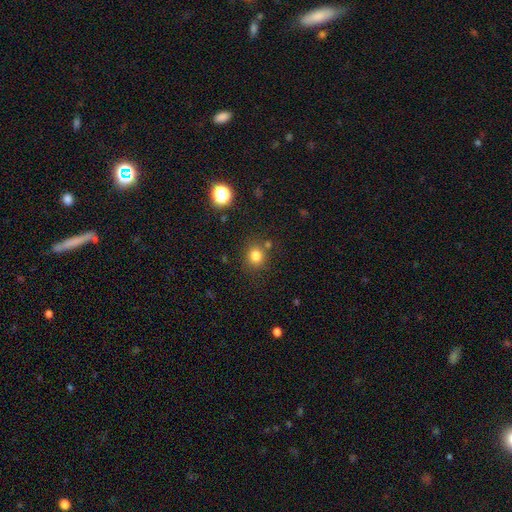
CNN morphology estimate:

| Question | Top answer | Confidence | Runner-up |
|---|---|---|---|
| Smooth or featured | smooth | 80% | star or artifact (14%) |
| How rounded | round | 80% | in between (19%) |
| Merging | none | 78% | minor disturbance (11%) |